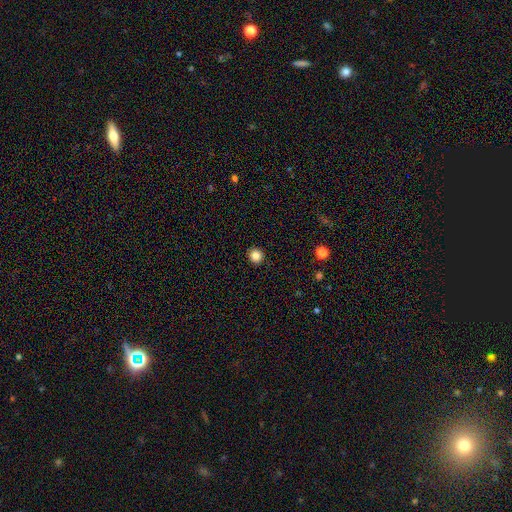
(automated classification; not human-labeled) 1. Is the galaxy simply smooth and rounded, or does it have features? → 84% smooth, 11% star or artifact, 5% featured or disk.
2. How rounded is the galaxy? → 93% round, 6% in between, 1% cigar-shaped.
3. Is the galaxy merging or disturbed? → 93% none, 5% minor disturbance, 1% major disturbance, 1% merger.